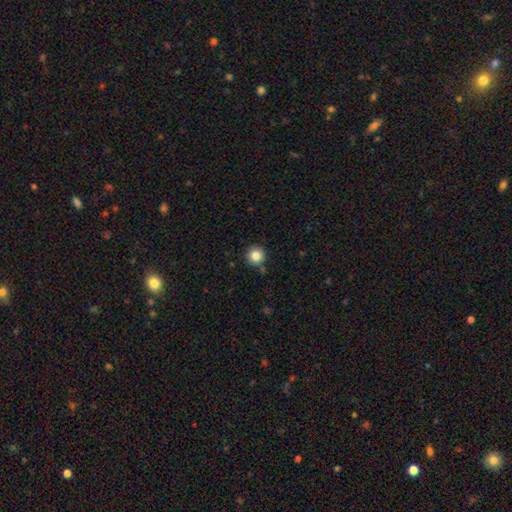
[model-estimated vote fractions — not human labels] smooth-or-featured: smooth: 84% | star or artifact: 11% | featured or disk: 5%
  how-rounded: round: 95% | in between: 4% | cigar-shaped: 1%
  merging: none: 85% | minor disturbance: 9% | merger: 4% | major disturbance: 2%